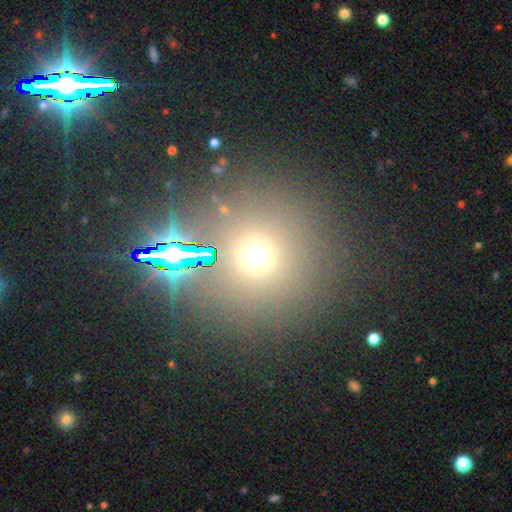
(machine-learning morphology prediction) Overall: smooth (52%; star or artifact 39%). How rounded: round (93%). Merging: none (82%).